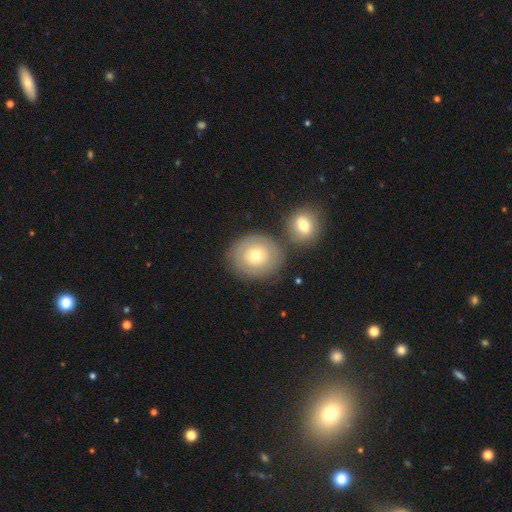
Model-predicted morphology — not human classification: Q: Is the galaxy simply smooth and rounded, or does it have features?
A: featured or disk — 47%.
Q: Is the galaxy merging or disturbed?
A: none — 71%.